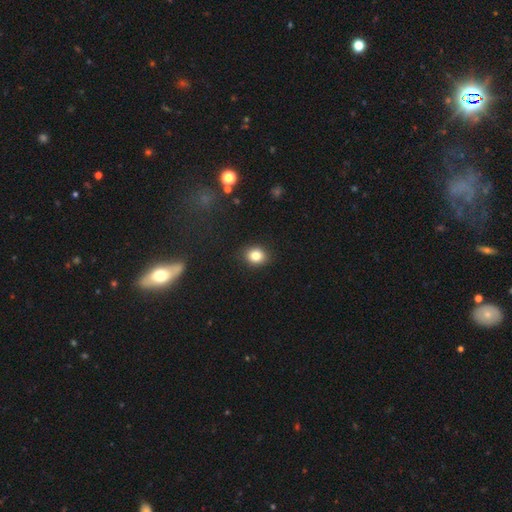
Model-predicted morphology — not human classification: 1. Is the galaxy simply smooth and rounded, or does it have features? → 82% smooth, 11% star or artifact, 7% featured or disk.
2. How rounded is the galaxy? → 60% round, 39% in between, 1% cigar-shaped.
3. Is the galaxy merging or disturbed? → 89% none, 8% minor disturbance, 2% major disturbance, 1% merger.